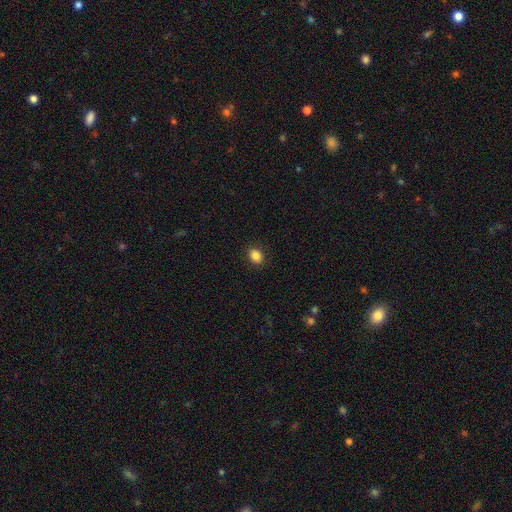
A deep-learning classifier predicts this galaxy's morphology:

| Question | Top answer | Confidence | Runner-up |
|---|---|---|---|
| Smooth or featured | smooth | 86% | star or artifact (10%) |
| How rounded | in between | 55% | round (44%) |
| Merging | none | 90% | minor disturbance (7%) |